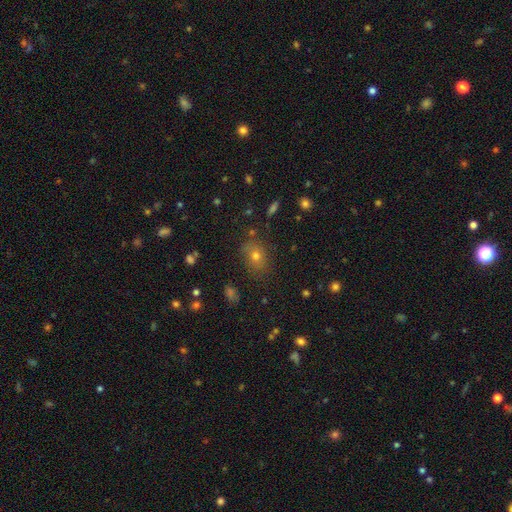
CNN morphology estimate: A smooth galaxy with no disk features (66%) that is in between round and cigar-shaped (53%). Merging: none (80%).